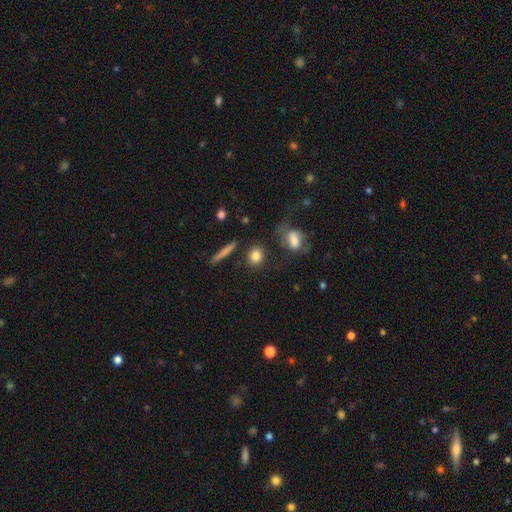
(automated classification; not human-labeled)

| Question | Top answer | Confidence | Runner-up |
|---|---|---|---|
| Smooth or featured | smooth | 83% | star or artifact (9%) |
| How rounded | round | 67% | in between (27%) |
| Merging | none | 79% | minor disturbance (11%) |